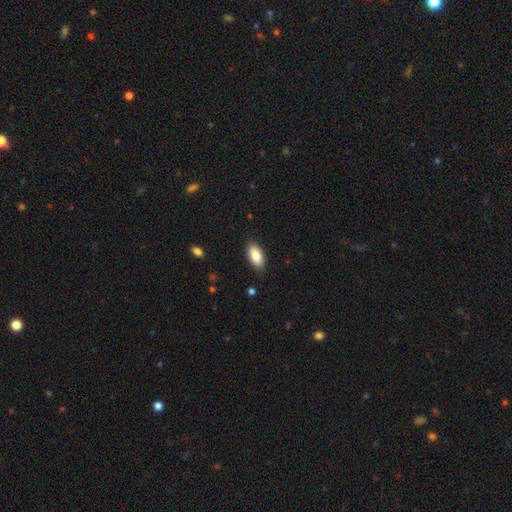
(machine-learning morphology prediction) The model was most divided on "merging": none: 88%, minor disturbance: 9%, major disturbance: 2%, merger: 1%. More confident: how rounded — in between (91%); smooth or featured — smooth (87%).